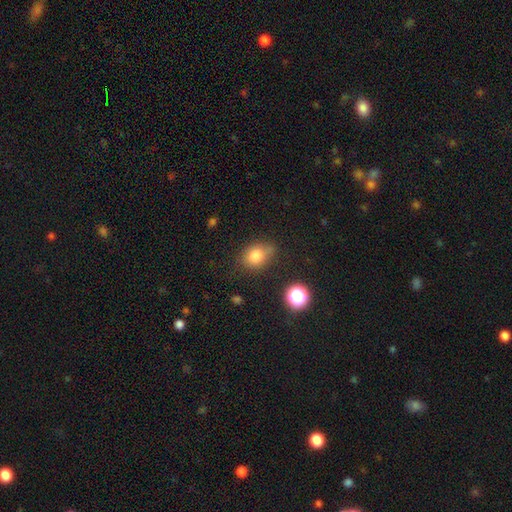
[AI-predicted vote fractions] A smooth galaxy with no disk features (78%) that is in between round and cigar-shaped (55%).

Vote fractions:
- Smooth or featured? smooth: 78% / star or artifact: 13% / featured or disk: 9%
- How rounded? in between: 55% / round: 43% / cigar-shaped: 1%
- Merging? none: 64% / minor disturbance: 25% / major disturbance: 6% / merger: 4%